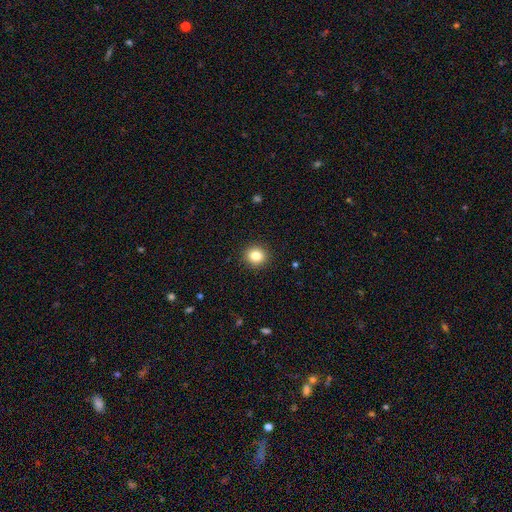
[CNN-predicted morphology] This appears to be a smooth galaxy with no disk features (84%) that is round (84%). Merging: none (92%).